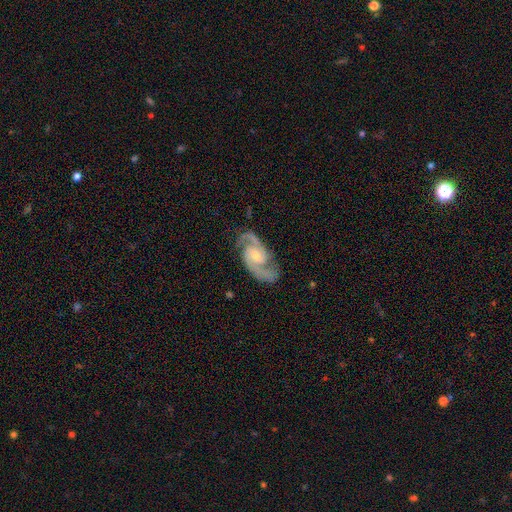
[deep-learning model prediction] smooth-or-featured: featured or disk: 93% | star or artifact: 4% | smooth: 3%
  disk-edge-on: no: 98% | yes: 2%
    bar: no: 53% | weak: 37% | strong: 10%
    has-spiral-arms: yes: 99% | no: 1%
      spiral-winding: medium: 59% | tight: 30% | loose: 11%
      spiral-arm-count: 2: 93% | 3: 2% | can't tell: 2% | 1: 1% | 4: 1% | more than 4: 1%
    bulge-size: small: 47% | moderate: 46% | none: 3% | large: 2% | dominant: 1%
  merging: none: 84% | minor disturbance: 12% | major disturbance: 3% | merger: 1%